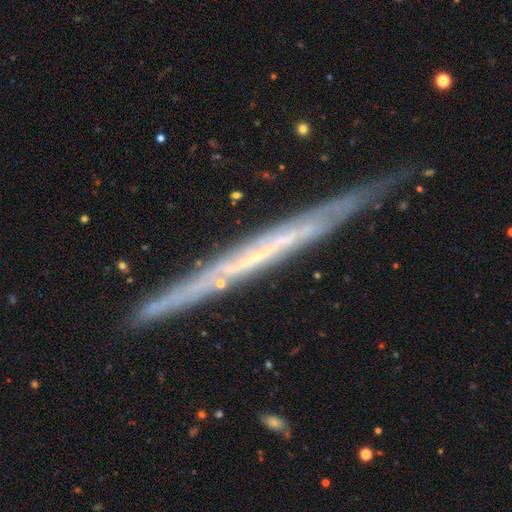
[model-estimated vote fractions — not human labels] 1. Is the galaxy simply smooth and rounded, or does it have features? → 72% featured or disk, 20% smooth, 8% star or artifact.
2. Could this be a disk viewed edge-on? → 94% yes, 6% no.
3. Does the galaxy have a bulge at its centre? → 90% none, 6% rounded, 4% boxy.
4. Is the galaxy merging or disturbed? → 83% none, 13% minor disturbance, 2% major disturbance, 2% merger.